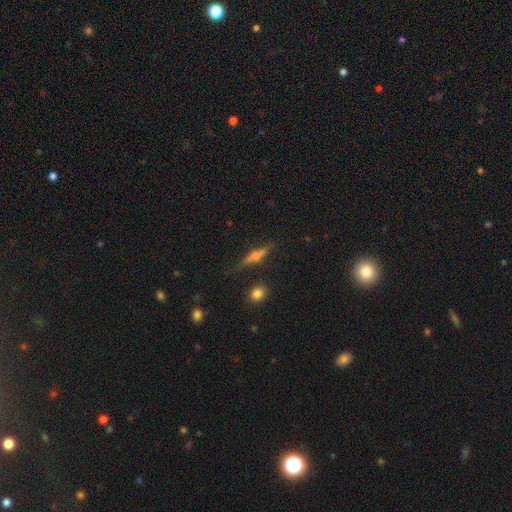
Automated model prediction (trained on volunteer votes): Smooth or featured: featured or disk — 65% (smooth — 25%)
Edge-on disk: yes — 95% (no — 5%)
Edge-on bulge: rounded — 86% (boxy — 7%)
Merging: none — 80% (minor disturbance — 13%)